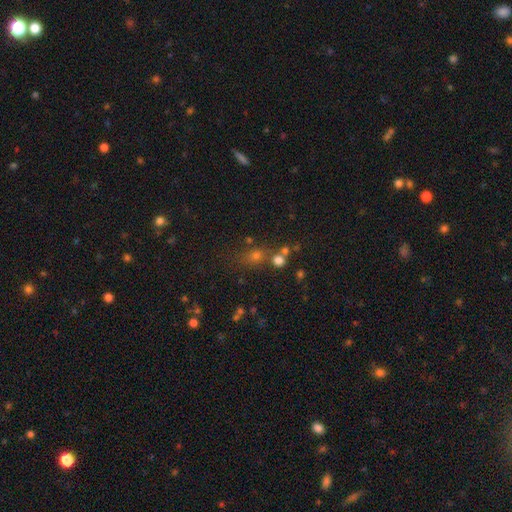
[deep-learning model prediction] Morphology: type=smooth (57%); roundness=round (72%); merging=none (62%).